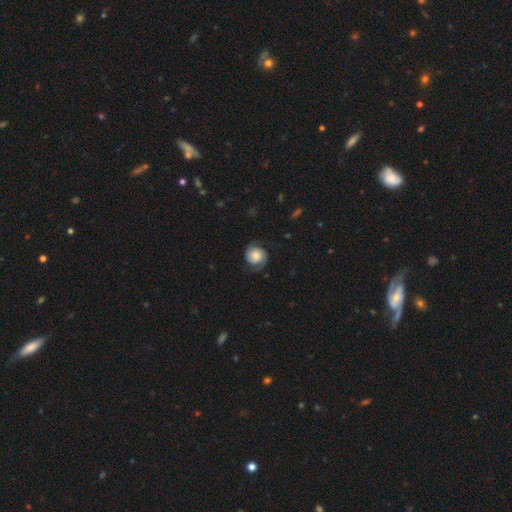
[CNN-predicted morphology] Smooth or featured? Predicted: featured or disk (p=0.65). Edge-on disk? Predicted: no (p=0.98). Bar? Predicted: no (p=0.74). Spiral arms? Predicted: yes (p=0.94). Spiral winding? Predicted: tight (p=0.43). Spiral arm count? Predicted: 2 (p=0.88). Bulge size? Predicted: moderate (p=0.46). Merging? Predicted: none (p=0.75).